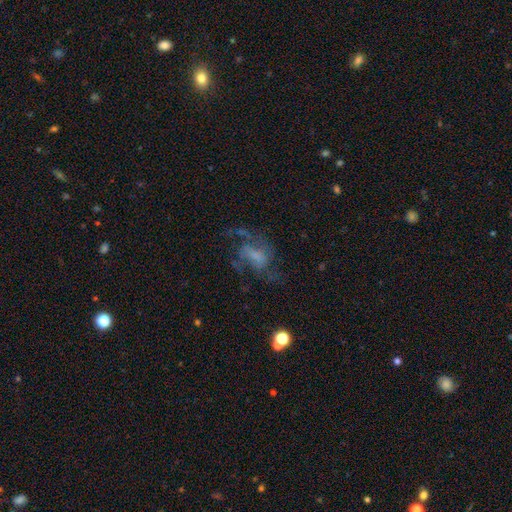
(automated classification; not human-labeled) Morphology: type=featured or disk (69%); edge-on=no (97%); bar=no (47%); spiral arms=yes (79%); winding=medium (46%); arm count=2 (30%); bulge=none (39%); merging=none (46%).